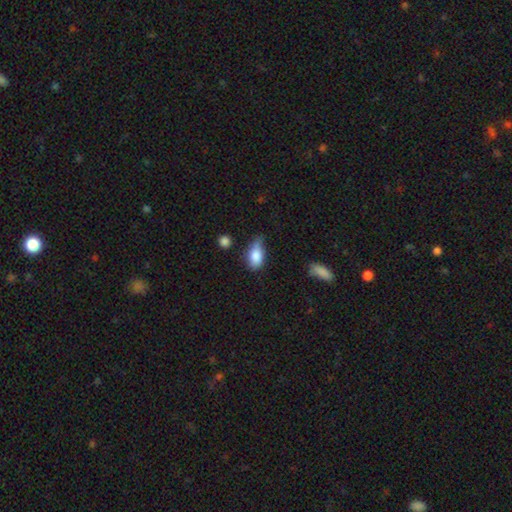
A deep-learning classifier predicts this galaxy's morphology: The model was most divided on "merging": minor disturbance: 45%, none: 37%, major disturbance: 13%, merger: 5%. More confident: how rounded — in between (87%); smooth or featured — smooth (81%).